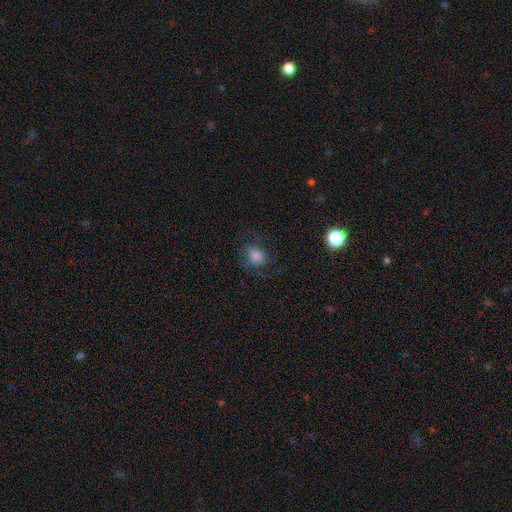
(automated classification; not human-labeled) Smooth or featured: smooth — 65% (featured or disk — 21%)
How rounded: round — 73% (in between — 26%)
Merging: none — 62% (minor disturbance — 19%)